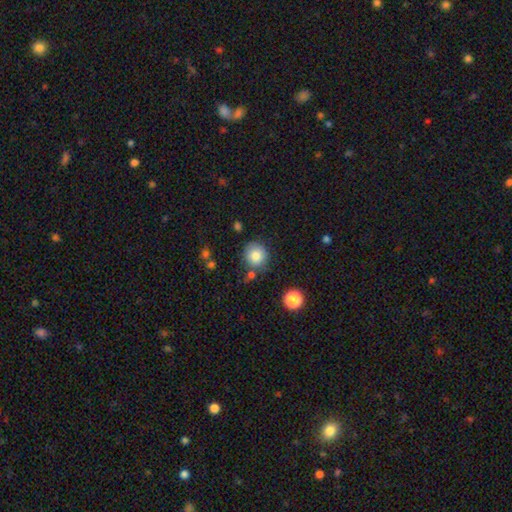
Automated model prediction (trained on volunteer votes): Overall: smooth (83%). How rounded: round (91%). Merging: none (77%).